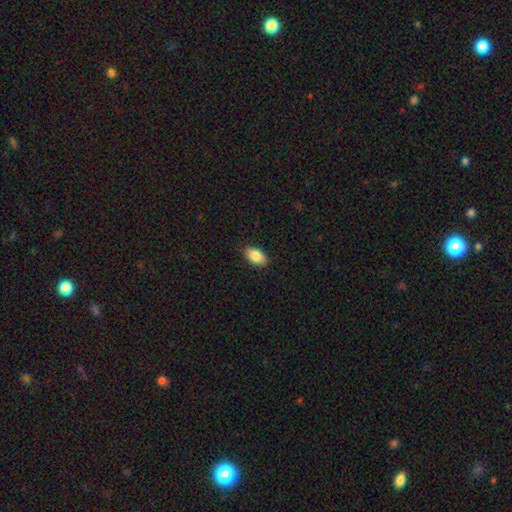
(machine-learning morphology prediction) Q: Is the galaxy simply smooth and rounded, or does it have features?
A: smooth — 86%.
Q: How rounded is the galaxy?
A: in between — 93%.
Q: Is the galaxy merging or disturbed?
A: none — 88%.